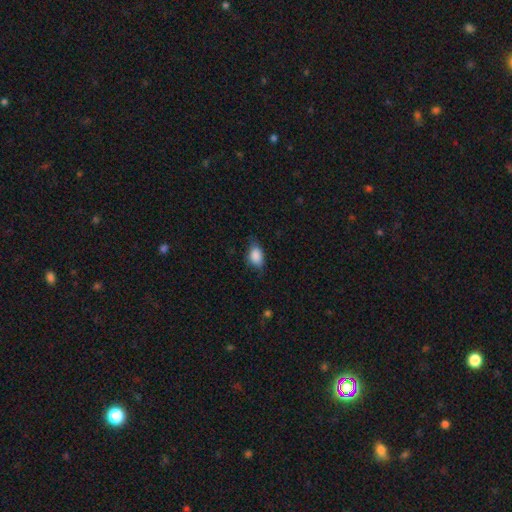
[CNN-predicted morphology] This appears to be a smooth galaxy with no disk features (87%) that is in between round and cigar-shaped (86%). Merging: none (68%).